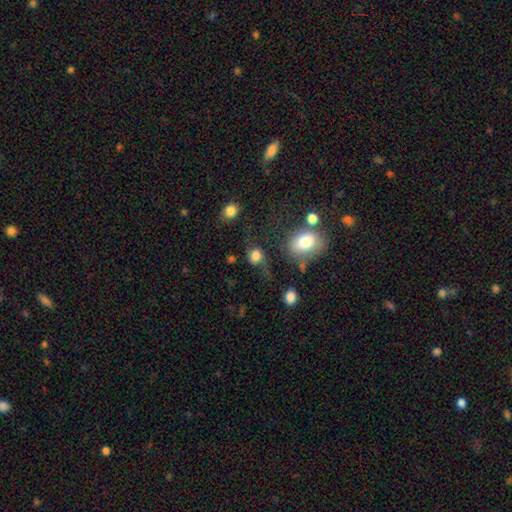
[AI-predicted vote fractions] A smooth galaxy with no disk features (72%) that is round (59%).

Vote fractions:
- Smooth or featured? smooth: 72% / featured or disk: 17% / star or artifact: 12%
- How rounded? round: 59% / in between: 39% / cigar-shaped: 2%
- Merging? none: 43% / minor disturbance: 24% / major disturbance: 24% / merger: 9%